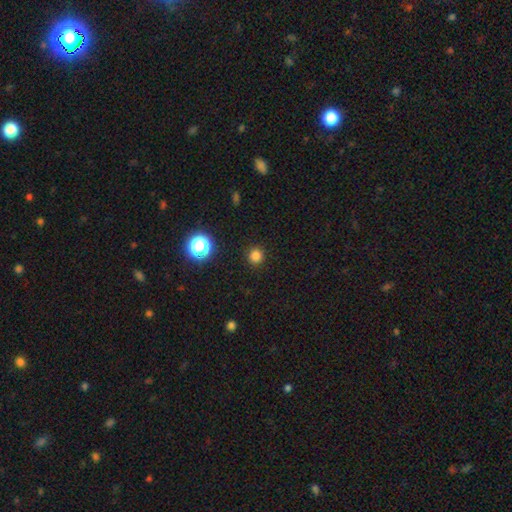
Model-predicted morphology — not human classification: This is likely a smooth galaxy (80%). How rounded: clearly round (94%). Merging: clearly none (92%).